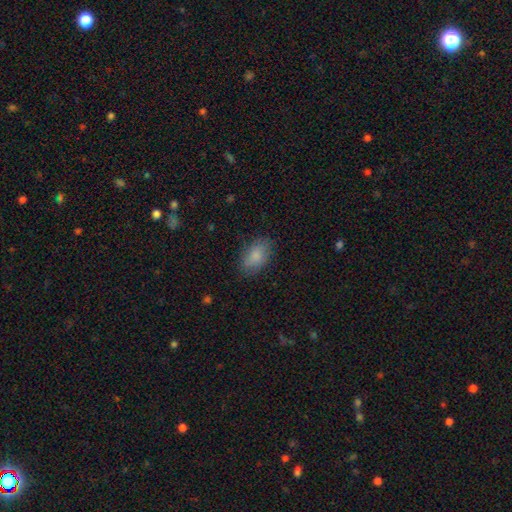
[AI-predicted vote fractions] smooth-or-featured: smooth: 85% | featured or disk: 8% | star or artifact: 7%
  how-rounded: in between: 91% | round: 7% | cigar-shaped: 2%
  merging: none: 80% | minor disturbance: 15% | major disturbance: 4% | merger: 1%